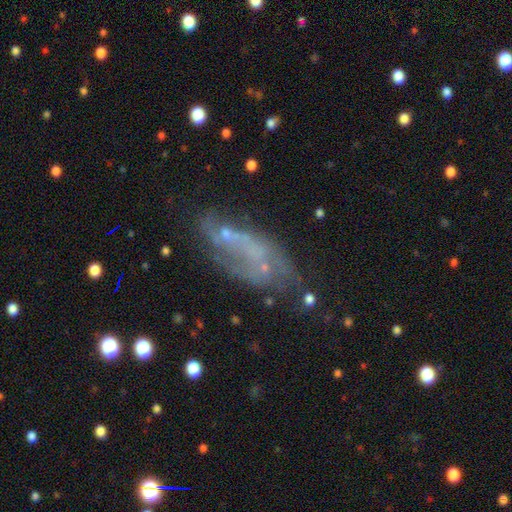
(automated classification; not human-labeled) smooth-or-featured: featured or disk: 57% | smooth: 28% | star or artifact: 15%
  disk-edge-on: no: 92% | yes: 8%
    bar: no: 80% | weak: 15% | strong: 5%
    has-spiral-arms: no: 68% | yes: 32%
    bulge-size: none: 58% | small: 30% | moderate: 8% | large: 2% | dominant: 1%
  merging: none: 37% | major disturbance: 27% | minor disturbance: 20% | merger: 15%